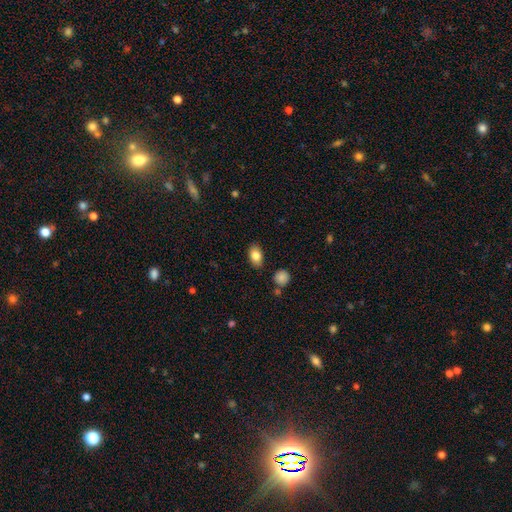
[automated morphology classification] Smooth or featured: smooth — 84% (featured or disk — 8%)
How rounded: in between — 89% (round — 9%)
Merging: none — 86% (minor disturbance — 10%)